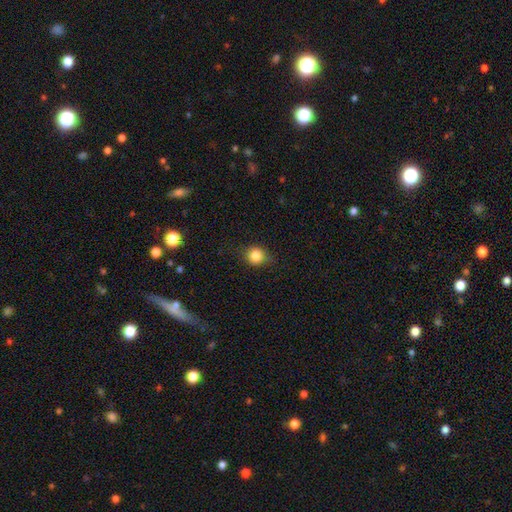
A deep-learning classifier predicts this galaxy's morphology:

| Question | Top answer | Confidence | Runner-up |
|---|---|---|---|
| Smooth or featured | smooth | 83% | star or artifact (11%) |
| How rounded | round | 84% | in between (15%) |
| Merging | none | 79% | minor disturbance (16%) |